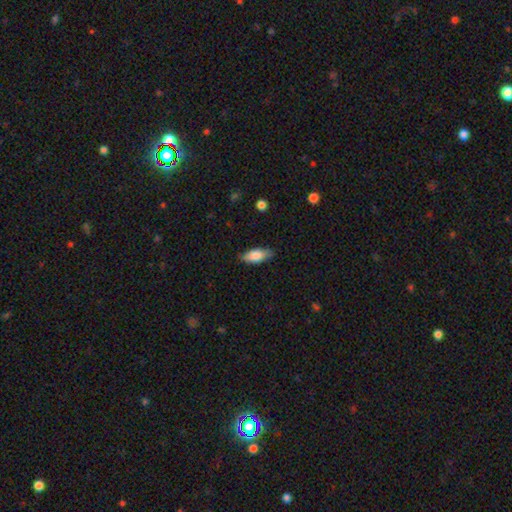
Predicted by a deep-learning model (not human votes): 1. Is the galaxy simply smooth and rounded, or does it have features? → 78% smooth, 16% featured or disk, 6% star or artifact.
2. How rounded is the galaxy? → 80% in between, 18% cigar-shaped, 2% round.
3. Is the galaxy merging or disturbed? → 82% none, 15% minor disturbance, 2% major disturbance, 1% merger.